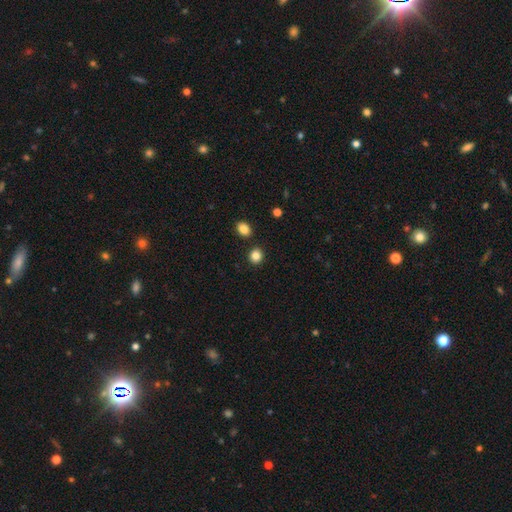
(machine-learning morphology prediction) The model was most divided on "how rounded": round: 79%, in between: 20%, cigar-shaped: 1%. More confident: merging — none (86%); smooth or featured — smooth (85%).